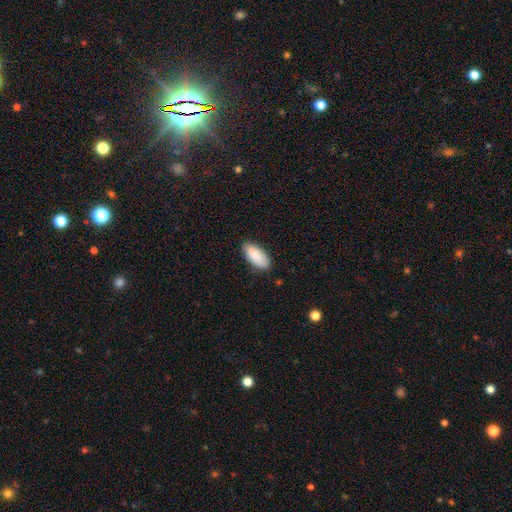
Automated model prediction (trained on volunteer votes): smooth 88%, featured or disk 6%, star or artifact 6%. Down the decision tree: how rounded — in between (89%); merging — none (84%).